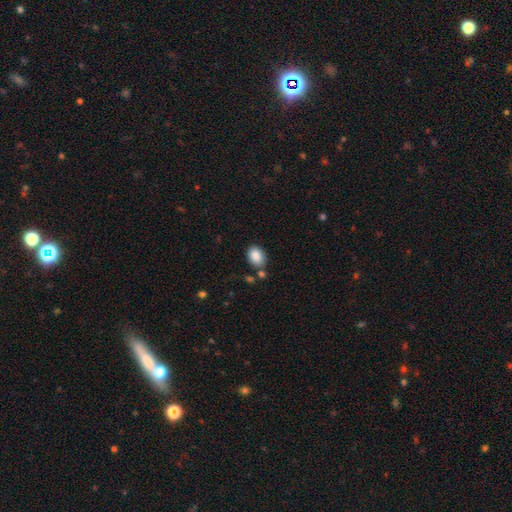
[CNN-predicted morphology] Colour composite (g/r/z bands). It shows a smooth galaxy with no disk features (88%) that is in between round and cigar-shaped (70%). Merging: none (74%).